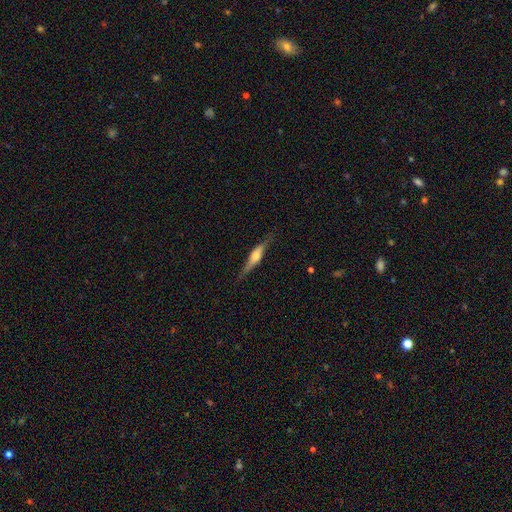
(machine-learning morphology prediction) featured or disk 67%, smooth 27%, star or artifact 6%. Down the decision tree: edge-on disk — yes (95%); edge-on bulge — rounded (82%); merging — none (82%).